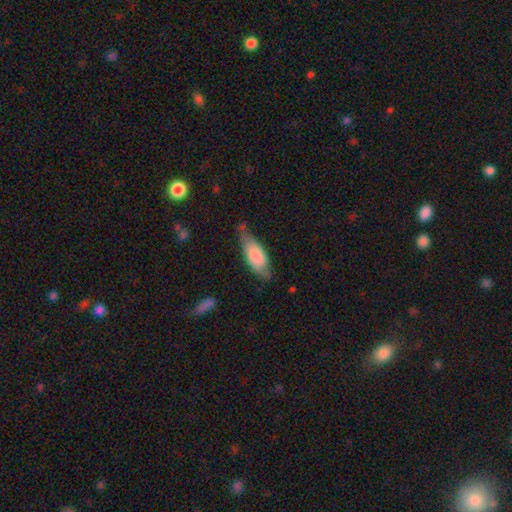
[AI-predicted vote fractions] Smooth or featured? Predicted: smooth (p=0.70). How rounded? Predicted: in between (p=0.76). Merging? Predicted: none (p=0.53).